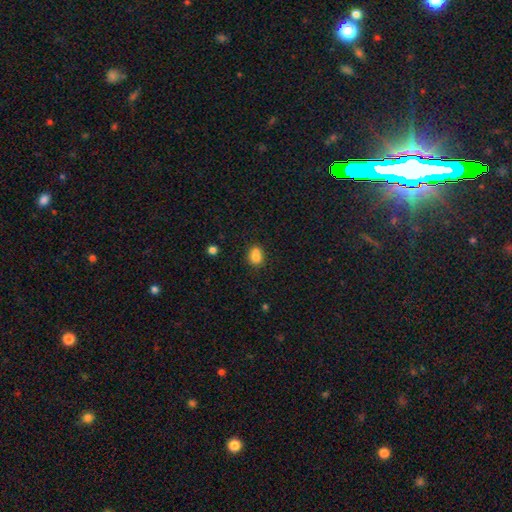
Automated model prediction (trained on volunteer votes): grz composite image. It shows a smooth galaxy with no disk features (80%) that is in between round and cigar-shaped (51%). Merging: none (54%).